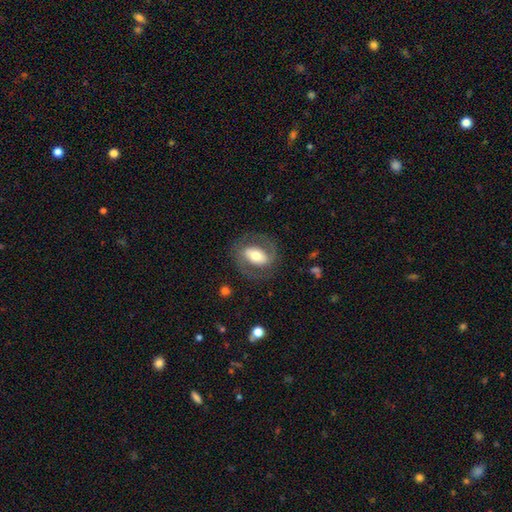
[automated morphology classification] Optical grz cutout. It shows a featured or disk galaxy (64%) with a strong bar (43%), spiral arms (67%) and a moderate central bulge (60%). Merging: none (76%).